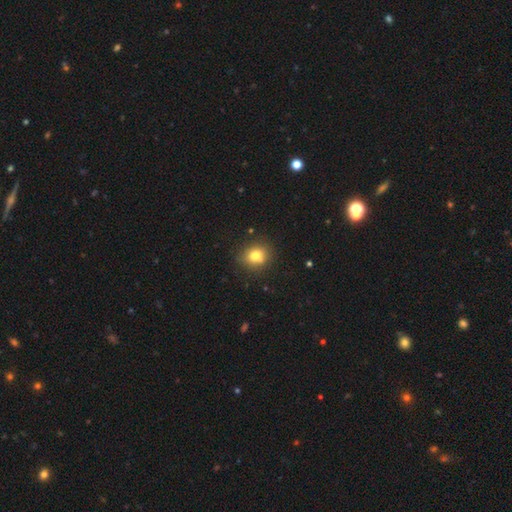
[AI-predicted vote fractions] Overall: smooth (77%). How rounded: round (73%). Merging: none (77%).